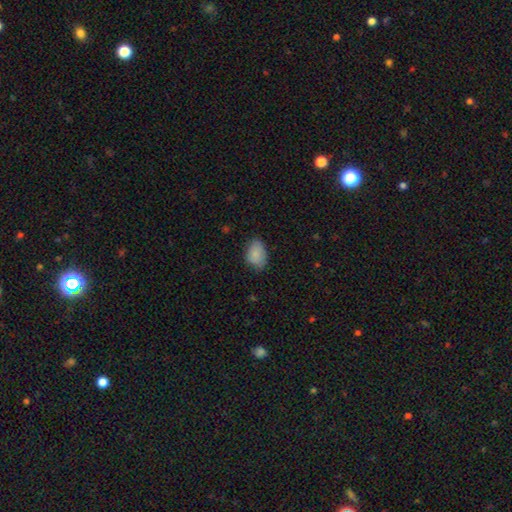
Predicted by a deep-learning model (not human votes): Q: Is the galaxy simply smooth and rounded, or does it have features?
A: smooth — 85%.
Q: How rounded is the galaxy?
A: in between — 84%.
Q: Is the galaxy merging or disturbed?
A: none — 70%.